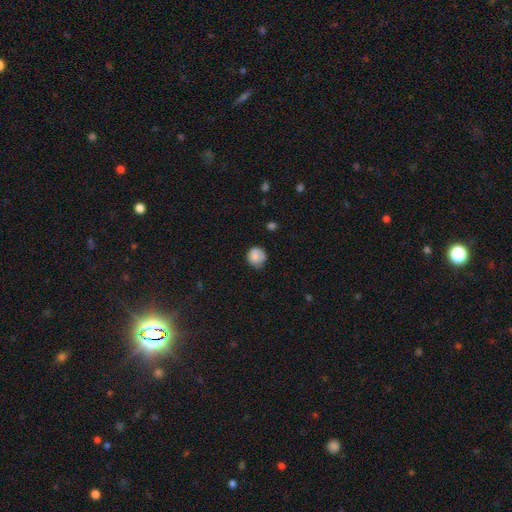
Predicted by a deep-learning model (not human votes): This appears to be a smooth galaxy with no disk features (82%) that is round (81%). Merging: none (65%).